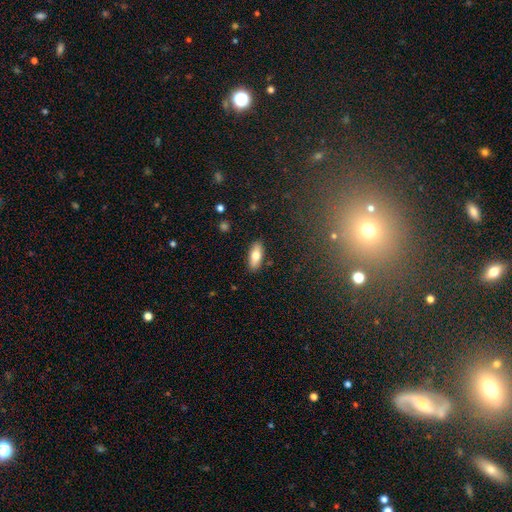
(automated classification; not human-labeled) smooth_or_featured: smooth (p=0.76) [alt: featured or disk p=0.18]
how_rounded: in between (p=0.76) [alt: cigar-shaped p=0.21]
merging: none (p=0.88) [alt: minor disturbance p=0.09]